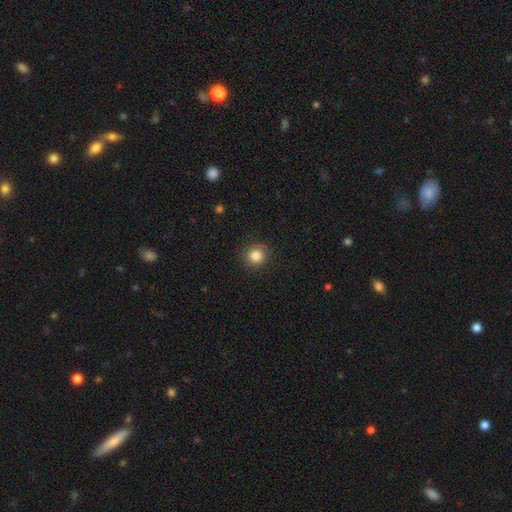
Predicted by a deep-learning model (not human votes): A smooth galaxy with no disk features (82%) that is round (91%). Merging: none (88%).